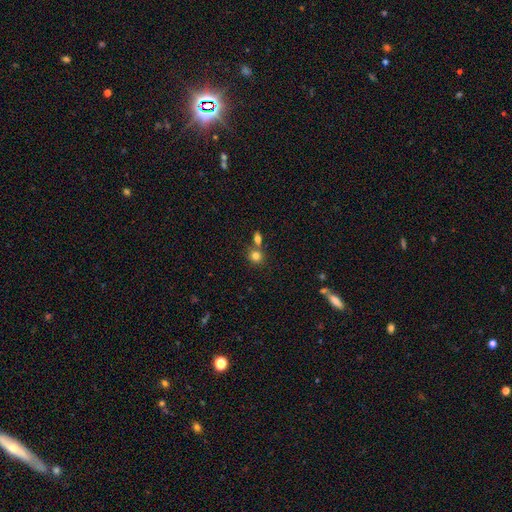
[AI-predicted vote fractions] Smooth or featured?
  - smooth: 81% *
  - star or artifact: 11%
  - featured or disk: 8%
How rounded?
  - round: 80% *
  - in between: 19%
  - cigar-shaped: 1%
Merging?
  - none: 56% *
  - merger: 33%
  - minor disturbance: 9%
  - major disturbance: 3%